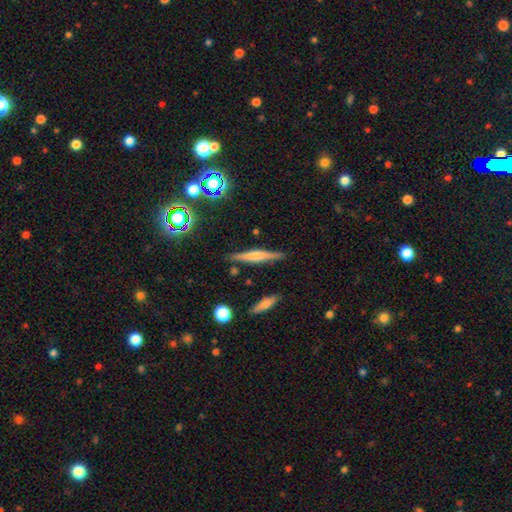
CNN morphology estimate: This appears to be a featured or disk galaxy (55%) viewed edge-on (97%) with a rounded central bulge (56%). Merging: none (87%).